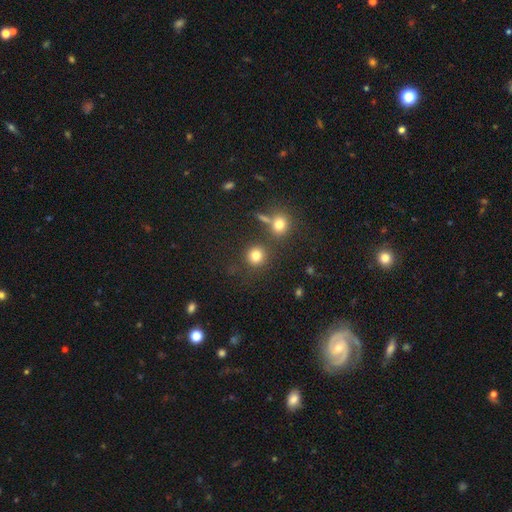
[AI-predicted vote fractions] smooth 79%, star or artifact 15%, featured or disk 6%. Down the decision tree: how rounded — round (90%); merging — none (79%).